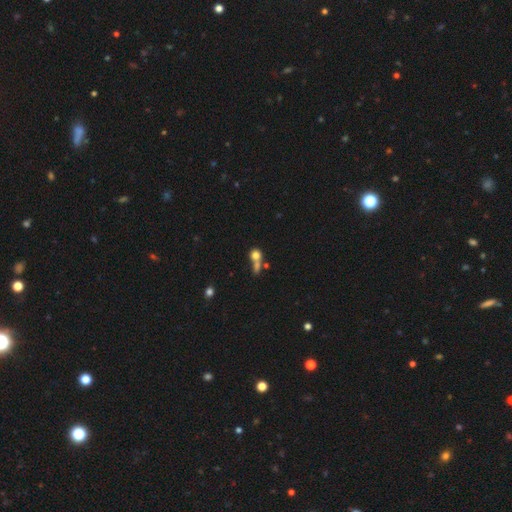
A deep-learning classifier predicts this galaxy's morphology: Smooth or featured? smooth (72%)
How rounded? round (74%)
Merging? merger (49%)